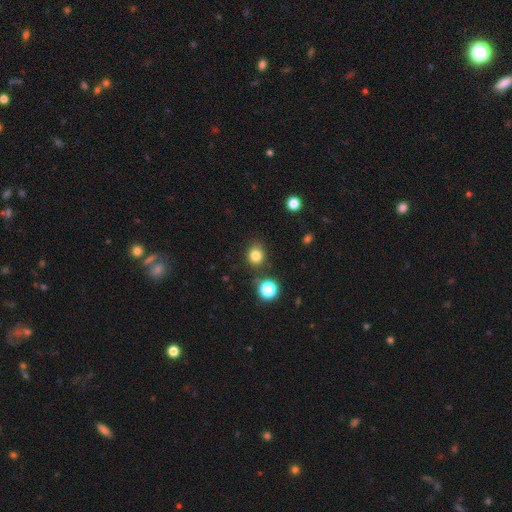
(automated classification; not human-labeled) Overall: smooth (80%). How rounded: round (72%). Merging: none (81%).